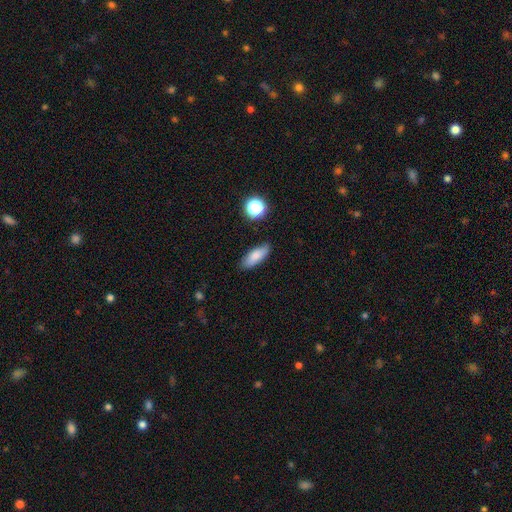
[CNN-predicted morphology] A smooth galaxy with no disk features (81%) that is in between round and cigar-shaped (71%).

Vote fractions:
- Smooth or featured? smooth: 81% / featured or disk: 10% / star or artifact: 9%
- How rounded? in between: 71% / cigar-shaped: 25% / round: 3%
- Merging? none: 82% / minor disturbance: 14% / major disturbance: 3% / merger: 2%